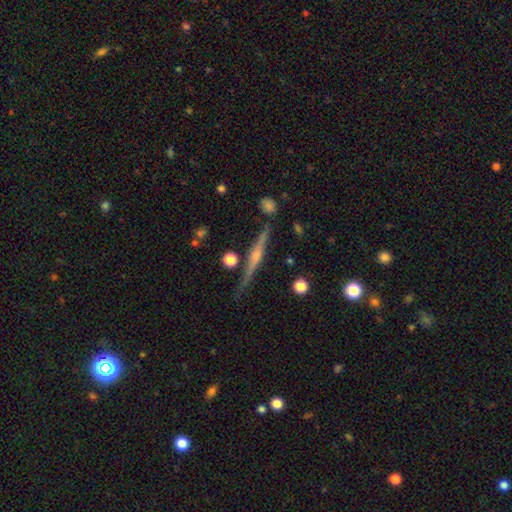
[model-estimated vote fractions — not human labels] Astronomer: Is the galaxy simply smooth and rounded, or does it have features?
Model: featured or disk — 78%.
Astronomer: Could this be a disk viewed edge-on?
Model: yes — 98%.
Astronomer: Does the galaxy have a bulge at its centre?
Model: rounded — 78%.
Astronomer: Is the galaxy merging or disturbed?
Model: none — 84%.